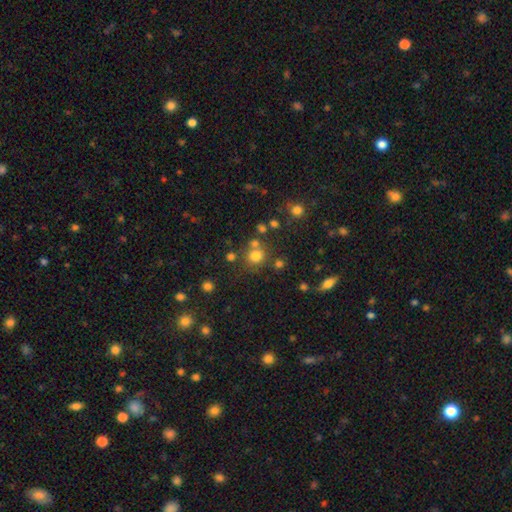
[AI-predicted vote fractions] Smooth or featured? Predicted: smooth (p=0.75). How rounded? Predicted: round (p=0.87). Merging? Predicted: none (p=0.68).